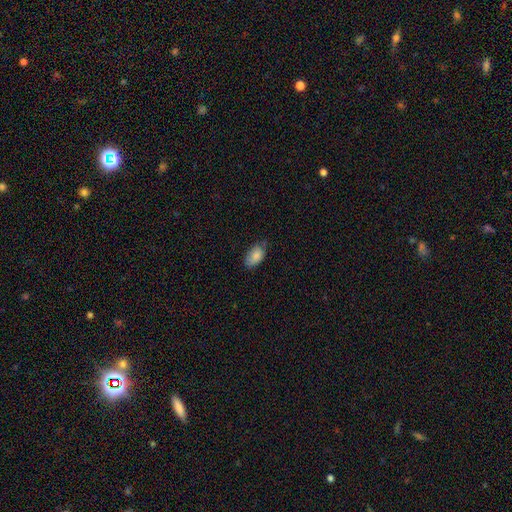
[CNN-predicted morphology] smooth 85%, featured or disk 8%, star or artifact 7%. Down the decision tree: how rounded — in between (93%); merging — none (66%).